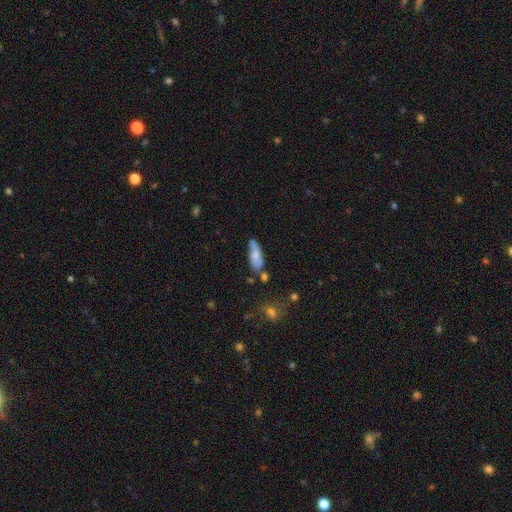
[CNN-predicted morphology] This is likely a smooth galaxy (65%). How rounded: likely in between (69%). Merging: possibly none (45%).